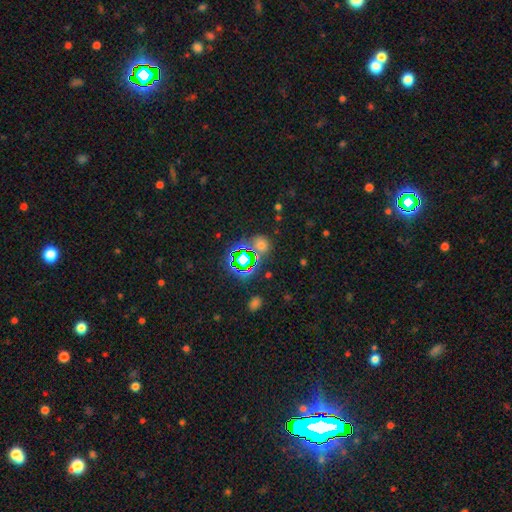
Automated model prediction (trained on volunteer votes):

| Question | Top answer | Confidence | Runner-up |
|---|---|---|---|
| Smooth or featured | star or artifact | 65% | smooth (25%) |